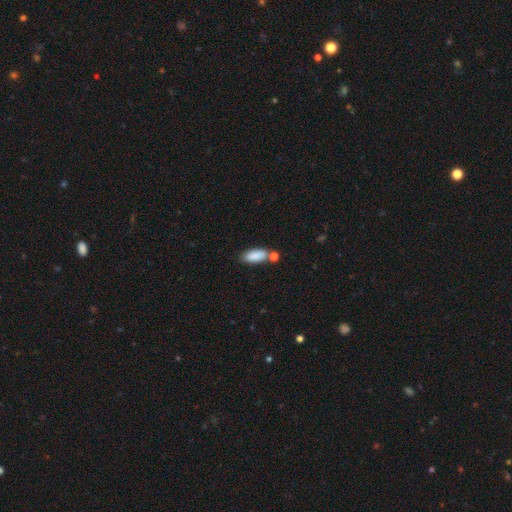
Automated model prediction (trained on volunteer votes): This is clearly a smooth galaxy (87%). How rounded: clearly in between (80%). Merging: likely none (62%).